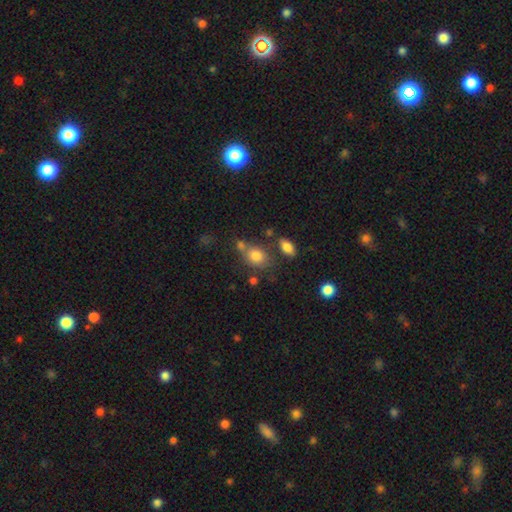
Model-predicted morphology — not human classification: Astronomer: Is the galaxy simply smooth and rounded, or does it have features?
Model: smooth — 80%.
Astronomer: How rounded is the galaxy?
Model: in between — 58% (runner-up: round, 40%).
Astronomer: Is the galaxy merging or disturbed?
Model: none — 55%.